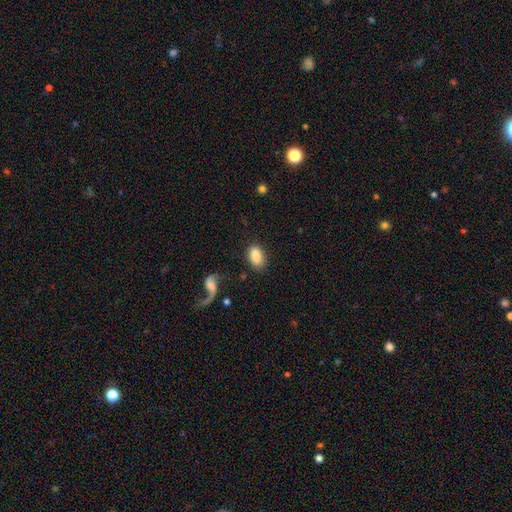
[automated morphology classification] smooth_or_featured: smooth (p=0.85) [alt: featured or disk p=0.09]
how_rounded: in between (p=0.91) [alt: round p=0.08]
merging: none (p=0.76) [alt: minor disturbance p=0.14]